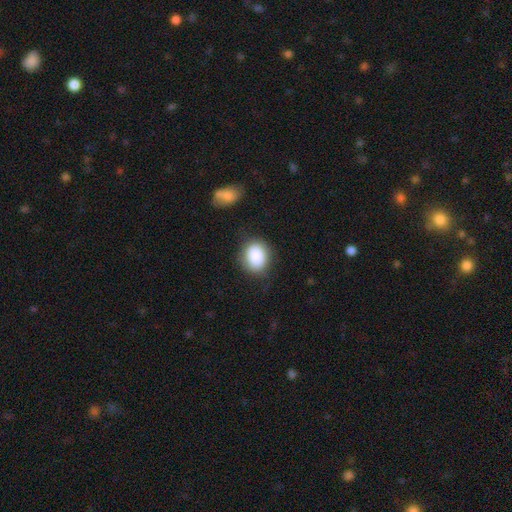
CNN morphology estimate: Smooth or featured? smooth (87%)
How rounded? round (51%)
Merging? none (76%)